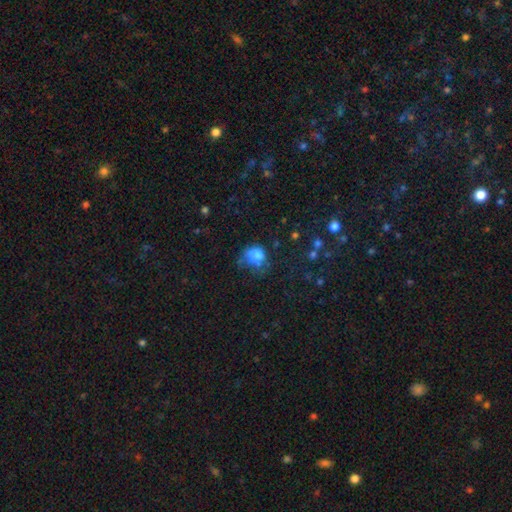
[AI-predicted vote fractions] Smooth or featured? Predicted: smooth (p=0.71). How rounded? Predicted: round (p=0.58). Merging? Predicted: none (p=0.36).